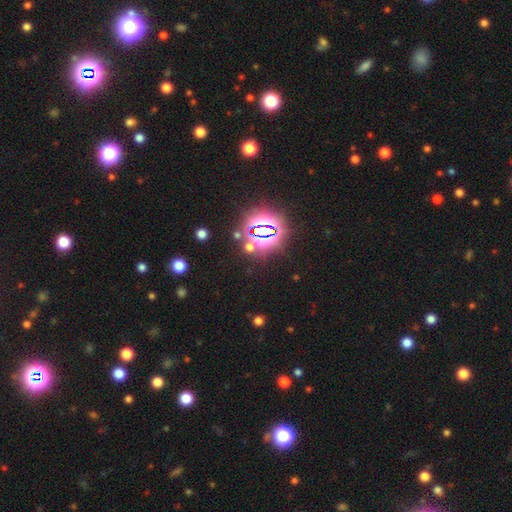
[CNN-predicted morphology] Smooth or featured: star or artifact — 79% (smooth — 15%)